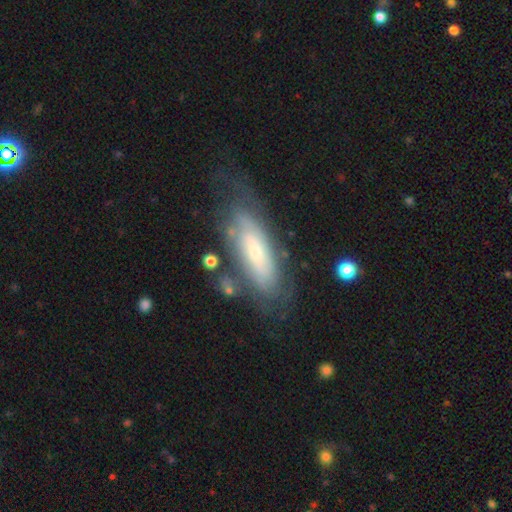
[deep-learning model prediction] Smooth or featured? featured or disk (60%)
Edge-on disk? no (76%)
Merging? none (61%)